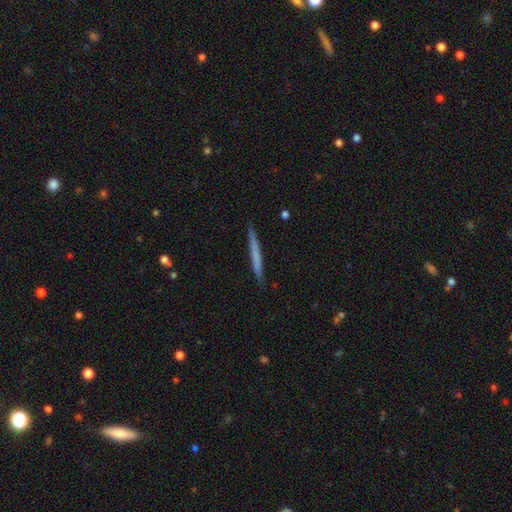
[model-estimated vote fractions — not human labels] This is possibly a smooth galaxy (59%). How rounded: clearly cigar-shaped (97%). Merging: clearly none (89%).